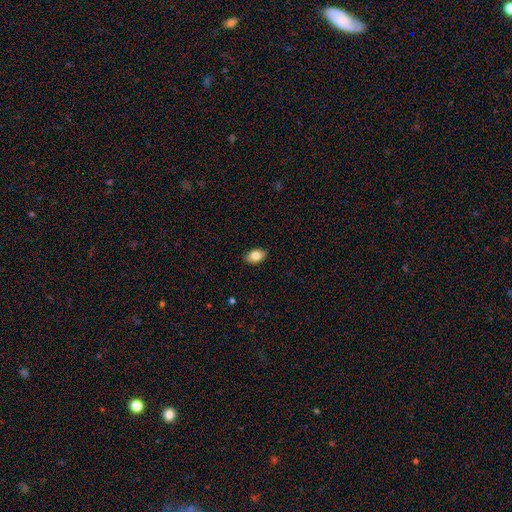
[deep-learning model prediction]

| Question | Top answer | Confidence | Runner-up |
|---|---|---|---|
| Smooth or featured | smooth | 83% | featured or disk (10%) |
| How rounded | in between | 90% | round (9%) |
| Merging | none | 88% | minor disturbance (9%) |